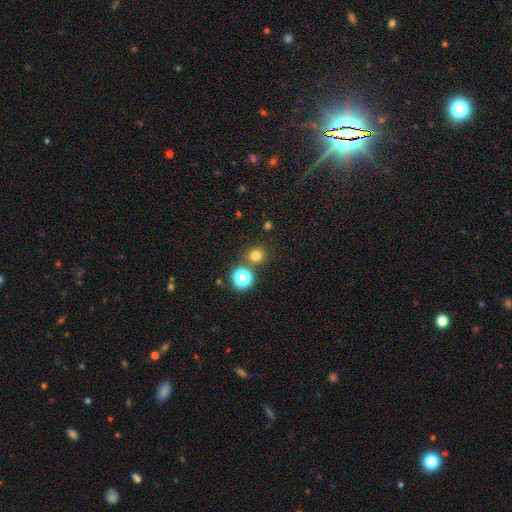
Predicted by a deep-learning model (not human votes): This appears to be a smooth galaxy with no disk features (75%) that is round (91%). Merging: none (81%).